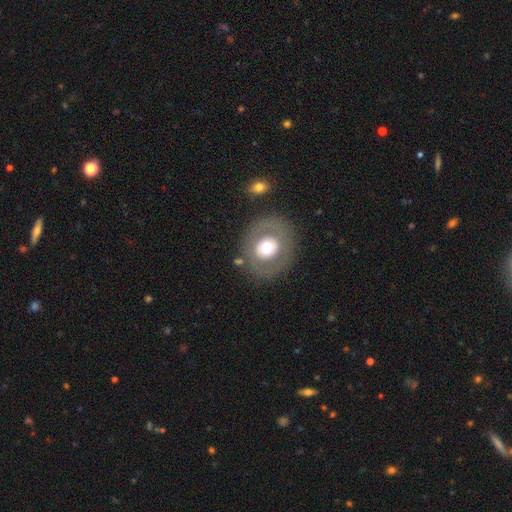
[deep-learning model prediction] Overall: featured or disk (48%; smooth 45%). Merging: none (81%).